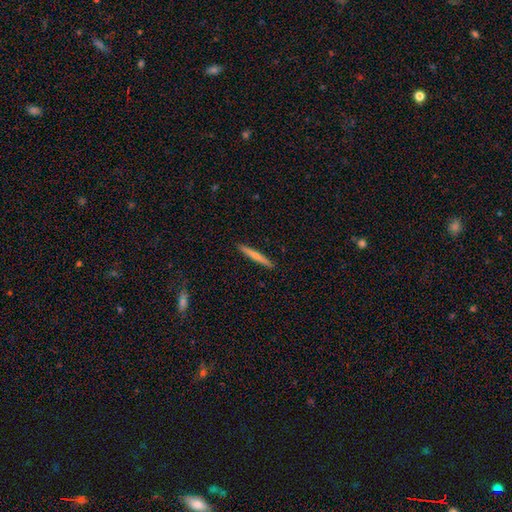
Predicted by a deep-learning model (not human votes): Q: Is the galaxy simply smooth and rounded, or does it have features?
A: smooth — 55%.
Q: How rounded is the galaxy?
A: cigar-shaped — 96%.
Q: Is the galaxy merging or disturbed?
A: none — 92%.